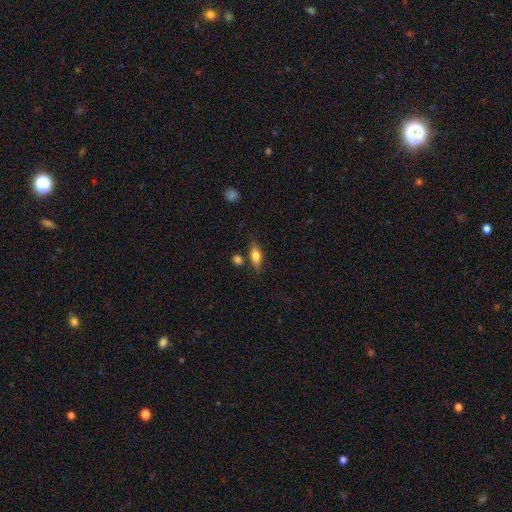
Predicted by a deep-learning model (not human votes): Overall: smooth (70%). How rounded: in between (70%). Merging: none (73%).